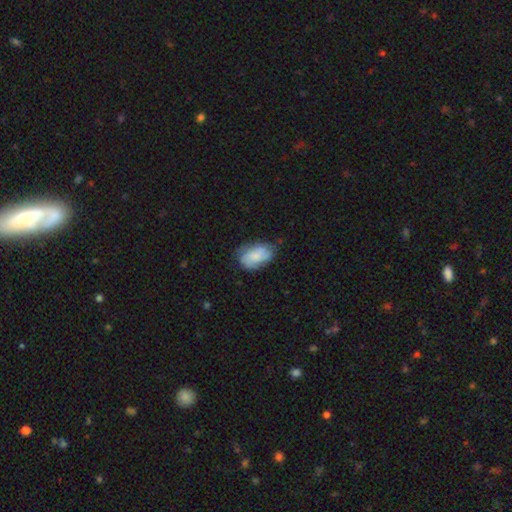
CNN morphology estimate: Smooth or featured: smooth — 63% (featured or disk — 29%)
How rounded: in between — 91% (round — 7%)
Merging: none — 58% (minor disturbance — 30%)